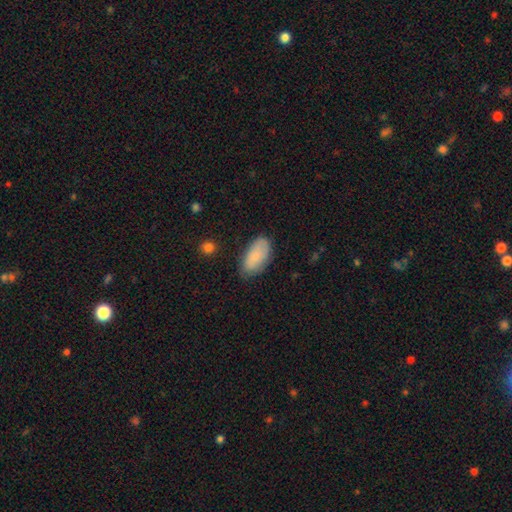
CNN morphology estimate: Smooth or featured: smooth — 79% (featured or disk — 14%)
How rounded: in between — 93% (cigar-shaped — 4%)
Merging: none — 75% (minor disturbance — 20%)